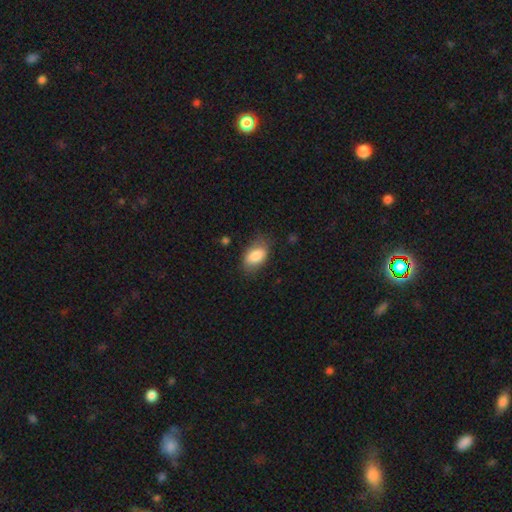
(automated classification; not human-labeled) Smooth or featured? Predicted: smooth (p=0.83). How rounded? Predicted: in between (p=0.91). Merging? Predicted: none (p=0.69).